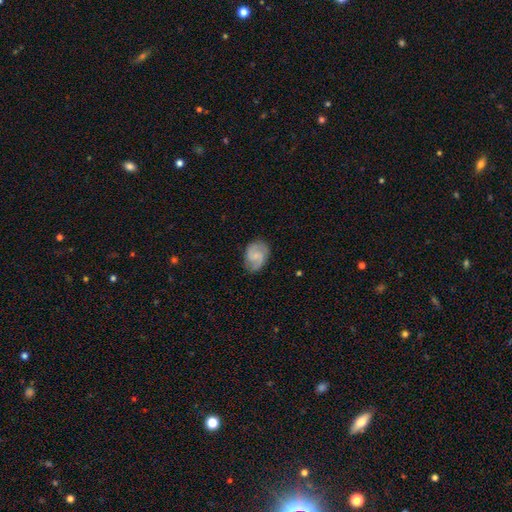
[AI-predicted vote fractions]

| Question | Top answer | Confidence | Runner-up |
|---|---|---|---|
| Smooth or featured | featured or disk | 70% | smooth (24%) |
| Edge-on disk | no | 98% | yes (2%) |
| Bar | no | 47% | weak (46%) |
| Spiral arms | yes | 95% | no (5%) |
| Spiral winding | medium | 51% | tight (26%) |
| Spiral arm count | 2 | 88% | can't tell (5%) |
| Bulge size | small | 54% | none (25%) |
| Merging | none | 80% | minor disturbance (15%) |